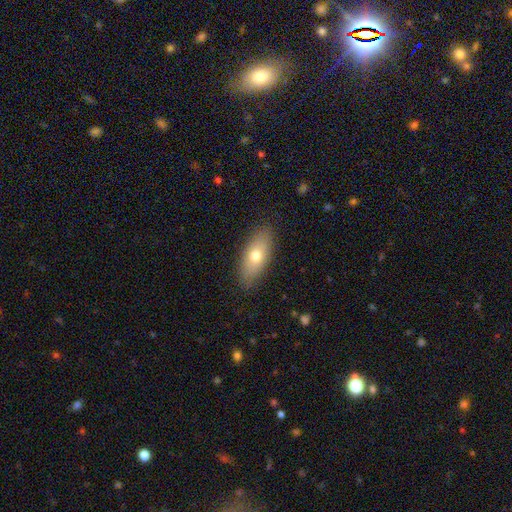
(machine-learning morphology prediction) Smooth or featured? smooth (67%)
How rounded? in between (77%)
Merging? none (87%)